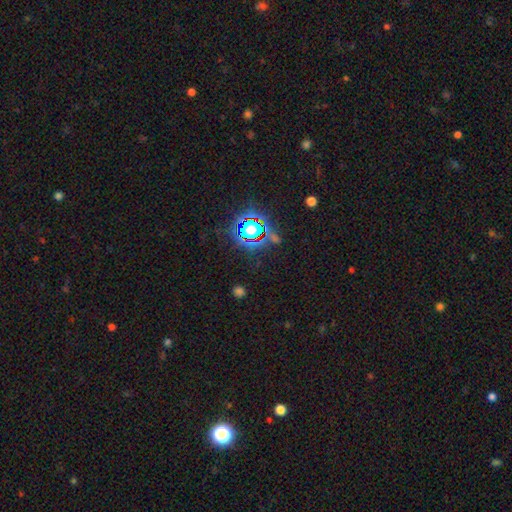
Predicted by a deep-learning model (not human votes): Smooth or featured?
  - star or artifact: 81% *
  - smooth: 12%
  - featured or disk: 7%